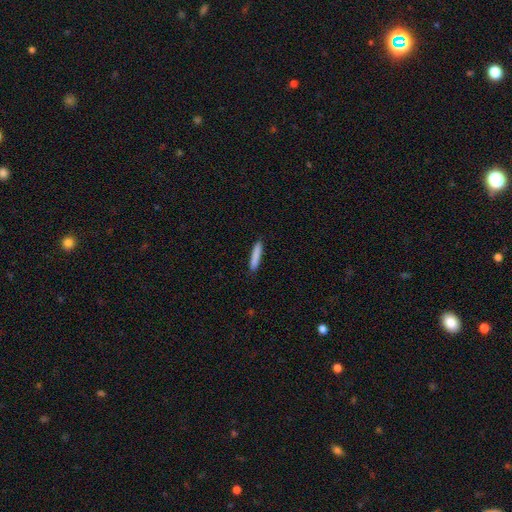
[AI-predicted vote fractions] smooth-or-featured: smooth: 86% | featured or disk: 8% | star or artifact: 6%
  how-rounded: cigar-shaped: 92% | in between: 7% | round: 1%
  merging: none: 90% | minor disturbance: 7% | major disturbance: 2% | merger: 1%